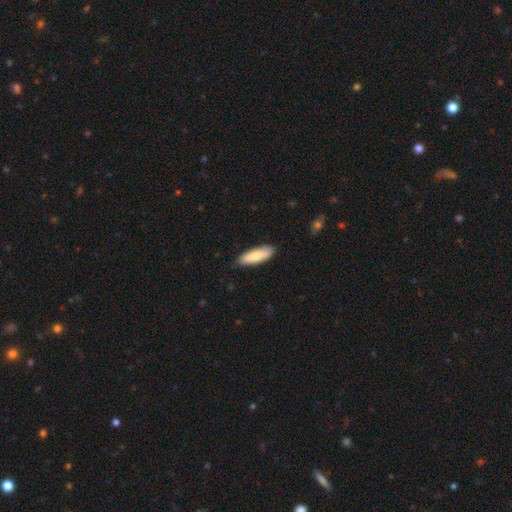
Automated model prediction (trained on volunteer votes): Overall: smooth (74%). How rounded: in between (56%; cigar-shaped 42%). Merging: none (83%).